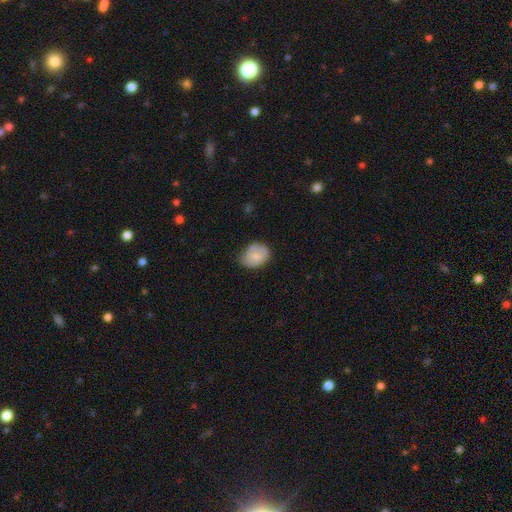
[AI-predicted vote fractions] smooth 69%, featured or disk 24%, star or artifact 7%. Down the decision tree: how rounded — in between (58%); merging — none (61%).